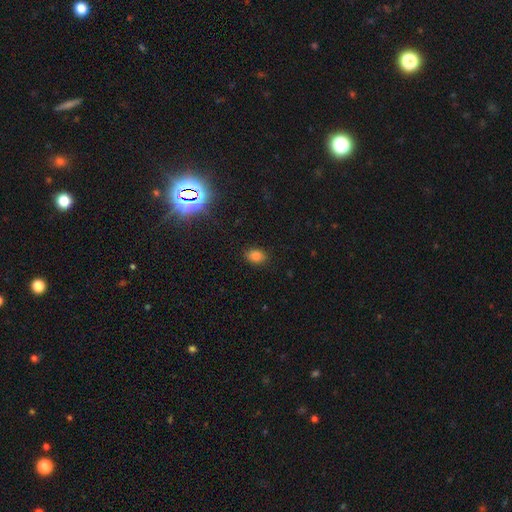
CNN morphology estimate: A smooth galaxy with no disk features (80%) that is in between round and cigar-shaped (75%).

Vote fractions:
- Smooth or featured? smooth: 80% / star or artifact: 14% / featured or disk: 5%
- How rounded? in between: 75% / round: 24% / cigar-shaped: 1%
- Merging? none: 86% / minor disturbance: 10% / major disturbance: 3% / merger: 1%